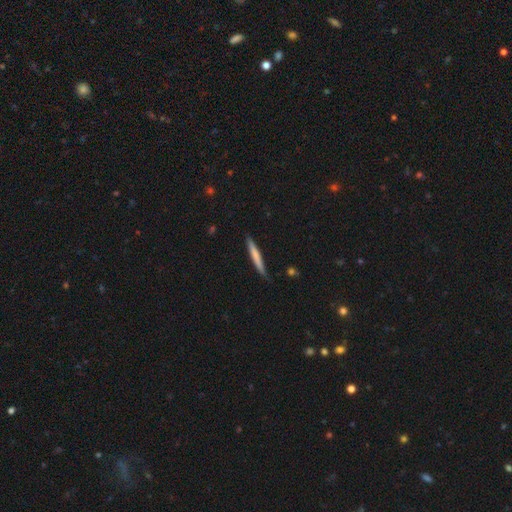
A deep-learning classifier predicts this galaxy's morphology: A smooth galaxy with no disk features (67%) that is cigar-shaped (96%). Merging: none (84%).